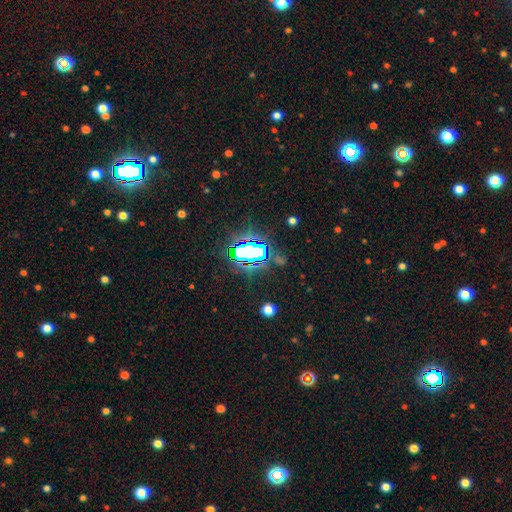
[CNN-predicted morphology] smooth_or_featured: star or artifact (p=0.80) [alt: smooth p=0.12]